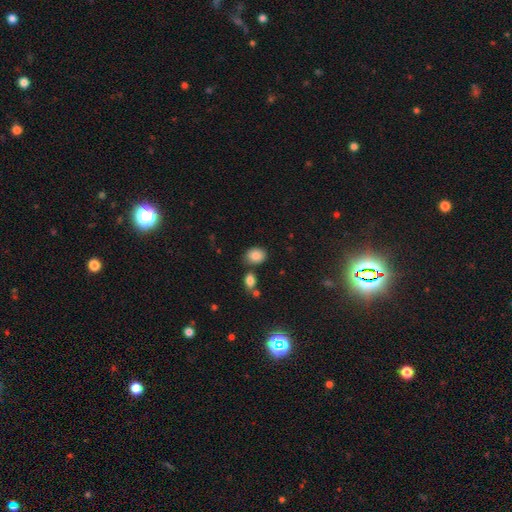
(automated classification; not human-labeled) Smooth or featured: smooth — 86% (star or artifact — 9%)
How rounded: in between — 53% (round — 46%)
Merging: none — 72% (minor disturbance — 14%)